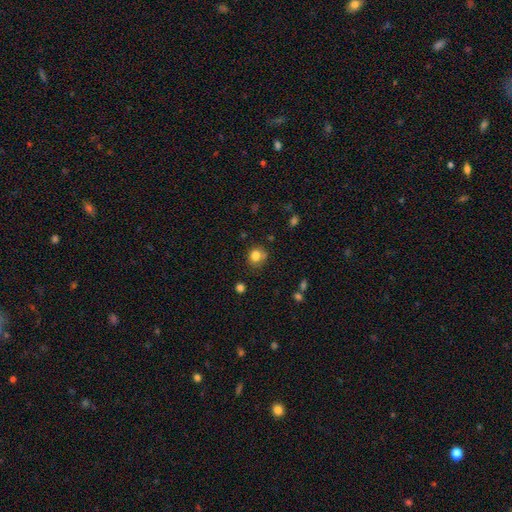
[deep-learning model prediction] Smooth or featured?
  - smooth: 81% *
  - star or artifact: 12%
  - featured or disk: 7%
How rounded?
  - round: 75% *
  - in between: 24%
  - cigar-shaped: 1%
Merging?
  - none: 64% *
  - minor disturbance: 23%
  - merger: 7%
  - major disturbance: 6%